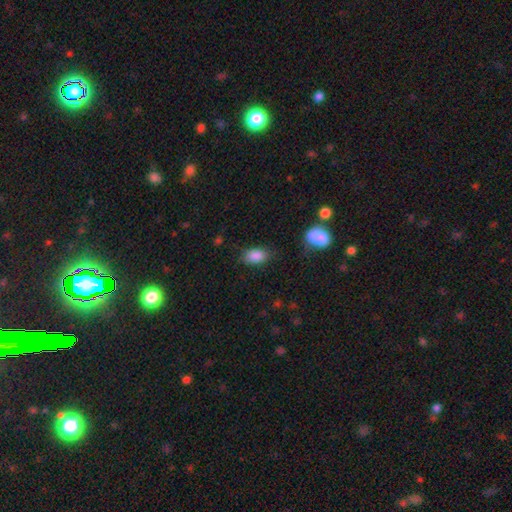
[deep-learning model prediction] smooth 86%, star or artifact 8%, featured or disk 6%. Down the decision tree: how rounded — in between (89%); merging — none (77%).